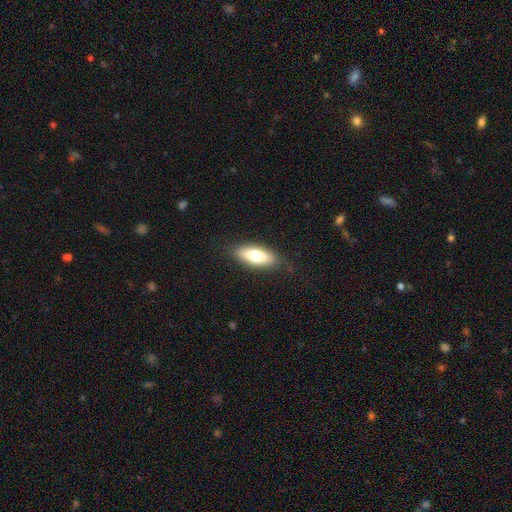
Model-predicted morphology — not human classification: smooth-or-featured: smooth: 72% | featured or disk: 22% | star or artifact: 6%
  how-rounded: in between: 73% | cigar-shaped: 24% | round: 3%
  merging: none: 86% | minor disturbance: 11% | major disturbance: 3% | merger: 1%